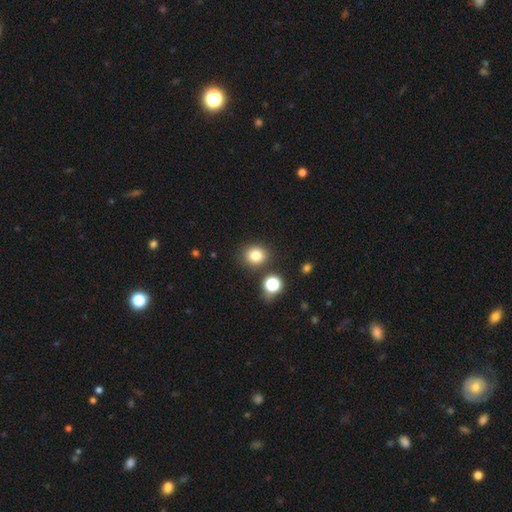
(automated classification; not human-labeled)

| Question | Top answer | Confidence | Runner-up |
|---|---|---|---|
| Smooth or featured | smooth | 81% | star or artifact (13%) |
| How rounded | round | 81% | in between (18%) |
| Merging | none | 83% | minor disturbance (9%) |